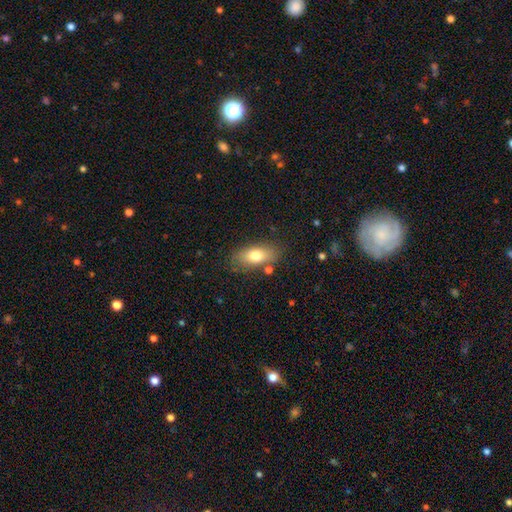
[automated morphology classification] The model was most divided on "smooth or featured": smooth: 74%, featured or disk: 18%, star or artifact: 8%. More confident: how rounded — in between (83%); merging — none (79%).